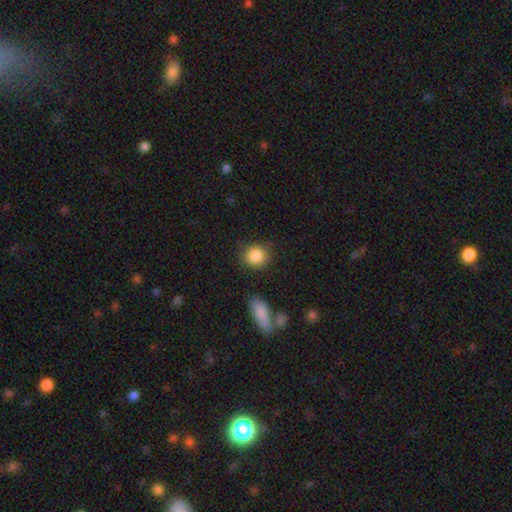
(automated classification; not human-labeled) This is clearly a smooth galaxy (87%). How rounded: clearly round (86%). Merging: clearly none (84%).